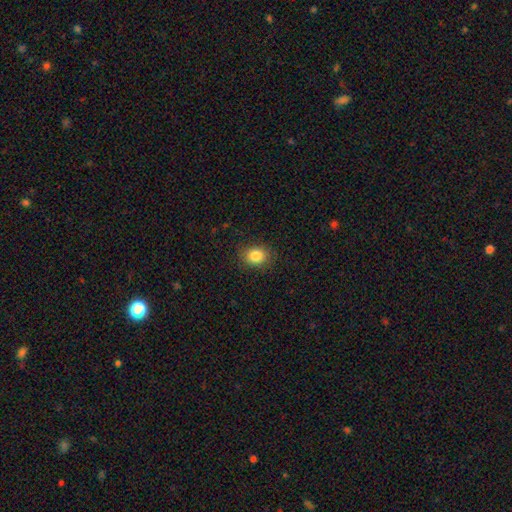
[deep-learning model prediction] Overall: smooth (85%). How rounded: round (54%; in between 45%). Merging: none (85%).